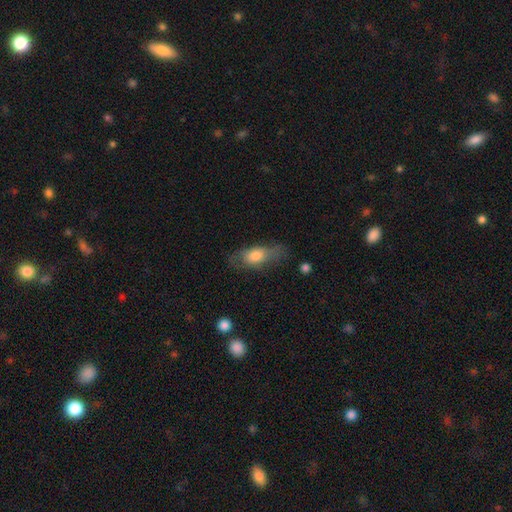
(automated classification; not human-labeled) This is likely a smooth galaxy (67%). How rounded: likely in between (75%). Merging: possibly none (57%).